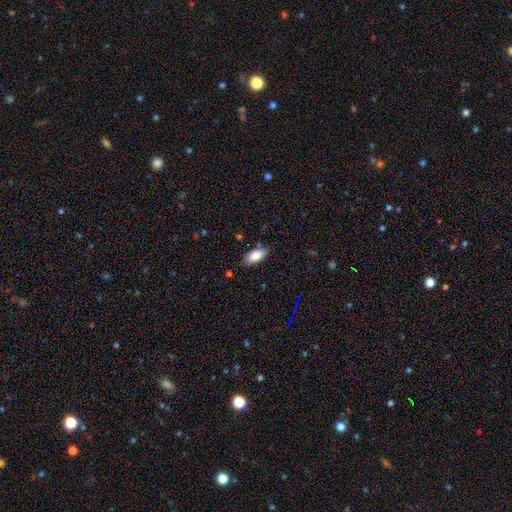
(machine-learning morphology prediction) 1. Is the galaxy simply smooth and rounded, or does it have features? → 85% smooth, 8% featured or disk, 7% star or artifact.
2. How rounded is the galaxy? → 89% in between, 8% cigar-shaped, 2% round.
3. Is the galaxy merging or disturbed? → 82% none, 14% minor disturbance, 2% major disturbance, 2% merger.